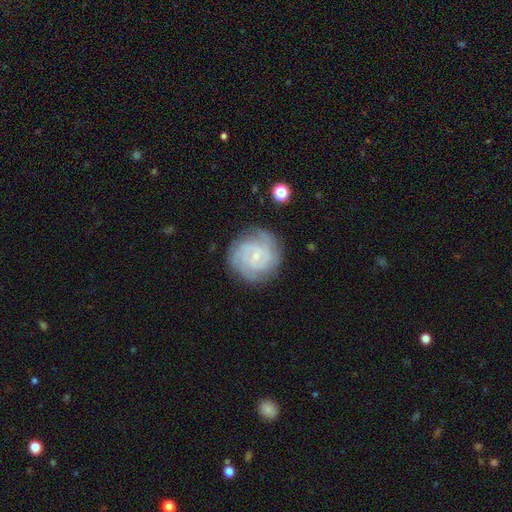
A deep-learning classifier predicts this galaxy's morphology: Smooth or featured? Predicted: featured or disk (p=0.79). Edge-on disk? Predicted: no (p=0.98). Bar? Predicted: no (p=0.63). Spiral arms? Predicted: yes (p=0.95). Spiral winding? Predicted: tight (p=0.72). Spiral arm count? Predicted: can't tell (p=0.31). Bulge size? Predicted: small (p=0.83). Merging? Predicted: none (p=0.79).